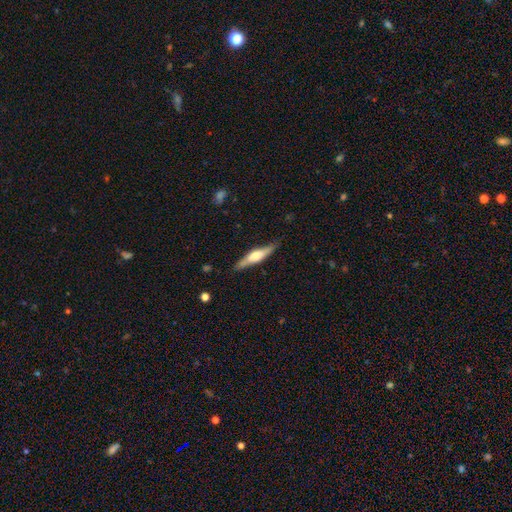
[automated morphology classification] Smooth or featured: featured or disk — 56% (smooth — 39%)
Edge-on disk: yes — 91% (no — 9%)
Edge-on bulge: rounded — 83% (boxy — 12%)
Merging: none — 81% (minor disturbance — 14%)